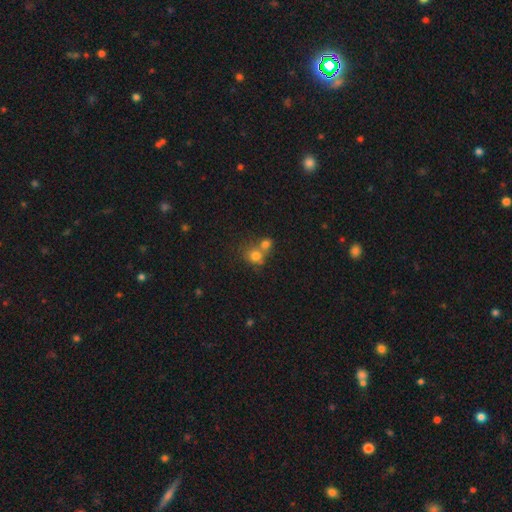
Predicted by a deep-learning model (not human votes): Smooth or featured?
  - smooth: 75% *
  - star or artifact: 13%
  - featured or disk: 11%
How rounded?
  - round: 78% *
  - in between: 21%
  - cigar-shaped: 1%
Merging?
  - merger: 53% *
  - none: 35%
  - minor disturbance: 8%
  - major disturbance: 4%